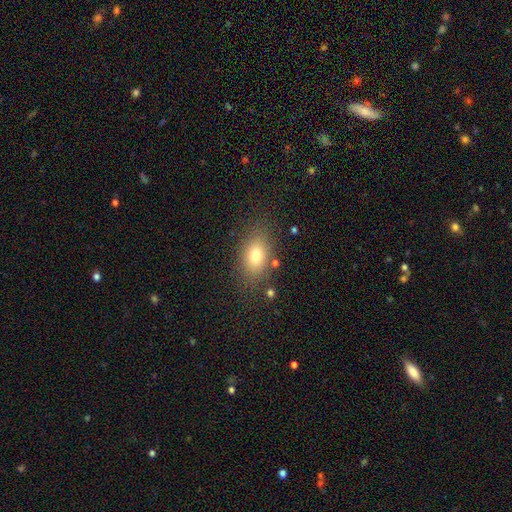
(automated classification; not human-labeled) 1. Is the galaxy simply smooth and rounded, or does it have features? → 77% smooth, 12% featured or disk, 11% star or artifact.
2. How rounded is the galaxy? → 83% in between, 13% round, 3% cigar-shaped.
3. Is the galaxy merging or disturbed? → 80% none, 12% minor disturbance, 4% major disturbance, 3% merger.